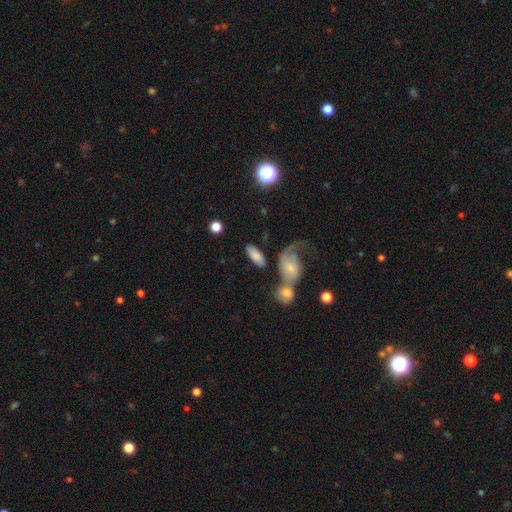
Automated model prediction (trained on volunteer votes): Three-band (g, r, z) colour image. It shows a smooth galaxy with no disk features (75%) that is in between round and cigar-shaped (87%). Merging: none (56%).